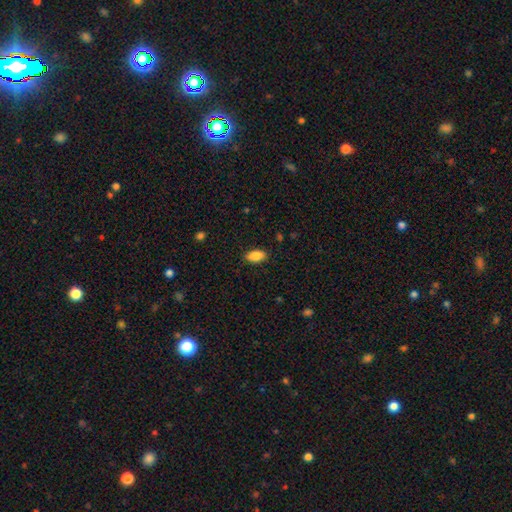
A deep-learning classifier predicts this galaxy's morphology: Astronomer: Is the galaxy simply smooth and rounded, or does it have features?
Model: smooth — 88%.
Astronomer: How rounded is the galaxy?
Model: in between — 91%.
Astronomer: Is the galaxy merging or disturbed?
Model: none — 88%.